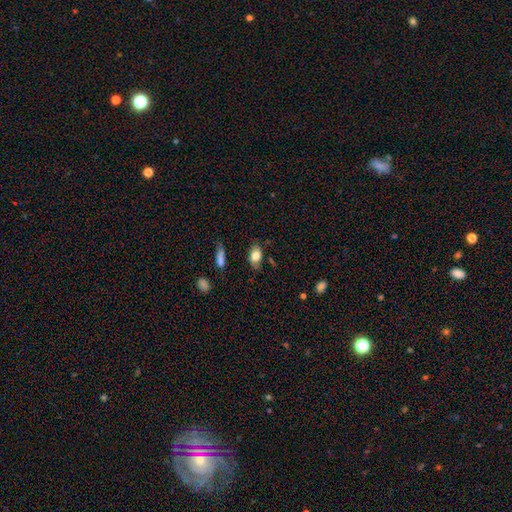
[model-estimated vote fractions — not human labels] smooth 78%, featured or disk 14%, star or artifact 8%. Down the decision tree: how rounded — in between (86%); merging — none (72%).